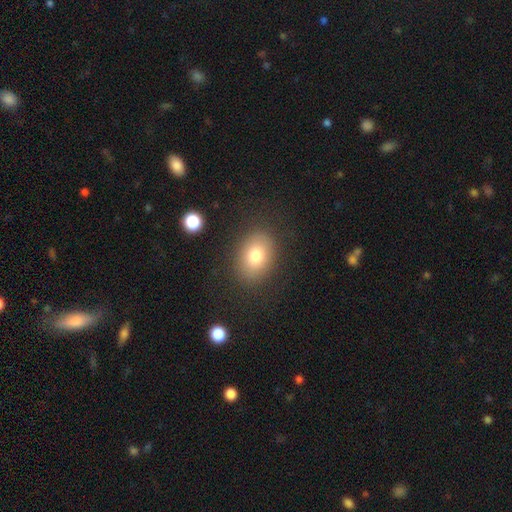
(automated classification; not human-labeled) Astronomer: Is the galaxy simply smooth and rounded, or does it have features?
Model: smooth — 77%.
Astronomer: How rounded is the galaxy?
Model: in between — 70%.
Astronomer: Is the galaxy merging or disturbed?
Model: none — 85%.